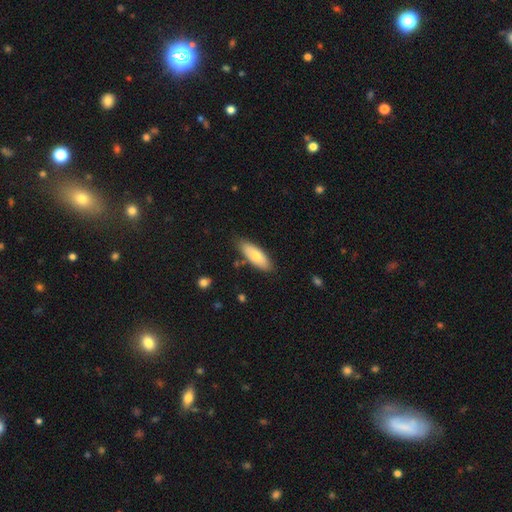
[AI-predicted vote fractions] Smooth or featured?
  - smooth: 75% *
  - featured or disk: 19%
  - star or artifact: 6%
How rounded?
  - in between: 71% *
  - cigar-shaped: 27%
  - round: 2%
Merging?
  - none: 80% *
  - minor disturbance: 15%
  - merger: 3%
  - major disturbance: 3%